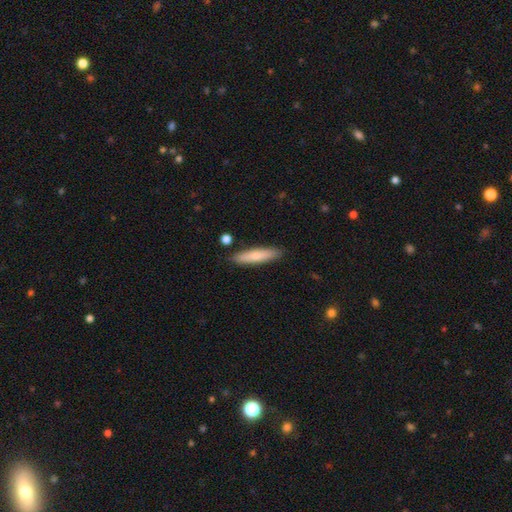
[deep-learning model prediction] This appears to be a smooth galaxy with no disk features (73%) that is cigar-shaped (82%). Merging: none (87%).